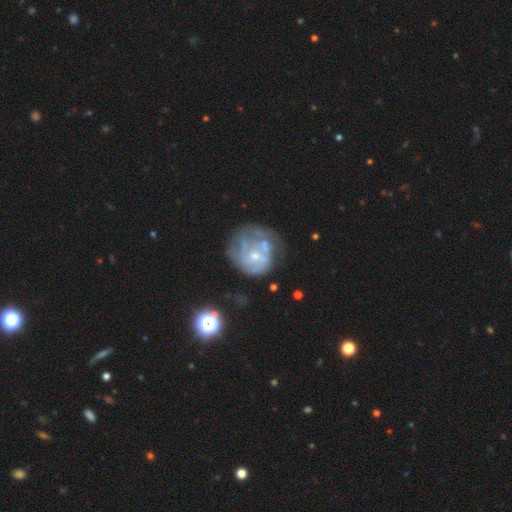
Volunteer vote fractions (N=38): Smooth or featured: featured or disk — 66% (smooth — 29%)
Edge-on disk: no — 96% (yes — 4%)
Bar: no — 83% (weak — 12%)
Spiral arms: no — 71% (yes — 29%)
Bulge size: small — 50% (moderate — 29%)
Merging: none — 42% (minor disturbance — 39%)